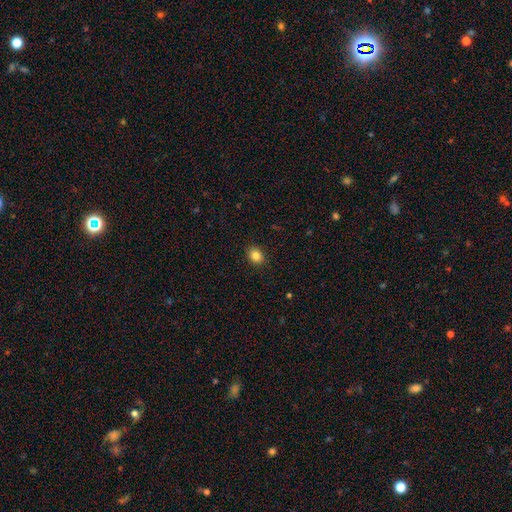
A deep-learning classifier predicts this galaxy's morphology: smooth_or_featured: smooth (p=0.84) [alt: star or artifact p=0.10]
how_rounded: round (p=0.51) [alt: in between p=0.48]
merging: none (p=0.90) [alt: minor disturbance p=0.07]